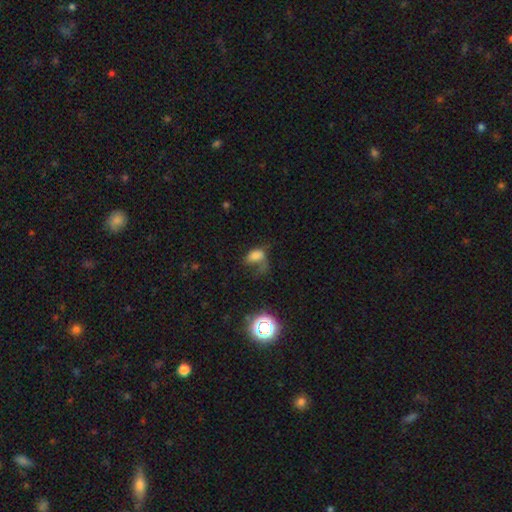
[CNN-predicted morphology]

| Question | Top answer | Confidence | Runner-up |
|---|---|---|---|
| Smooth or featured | smooth | 63% | featured or disk (20%) |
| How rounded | in between | 82% | round (15%) |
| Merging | major disturbance | 50% | none (24%) |